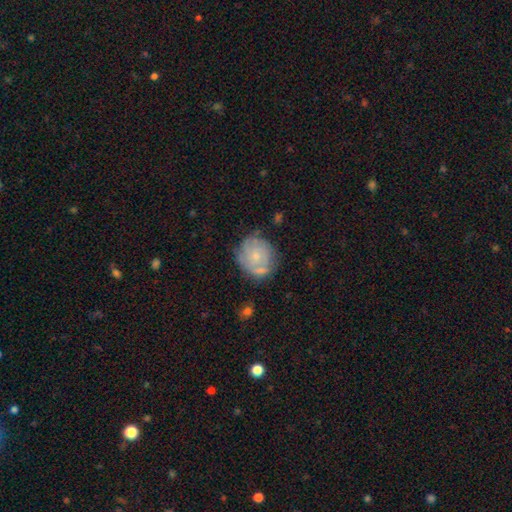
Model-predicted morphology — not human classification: smooth_or_featured: smooth (p=0.53) [alt: featured or disk p=0.40]
how_rounded: round (p=0.83) [alt: in between p=0.16]
merging: none (p=0.57) [alt: minor disturbance p=0.22]